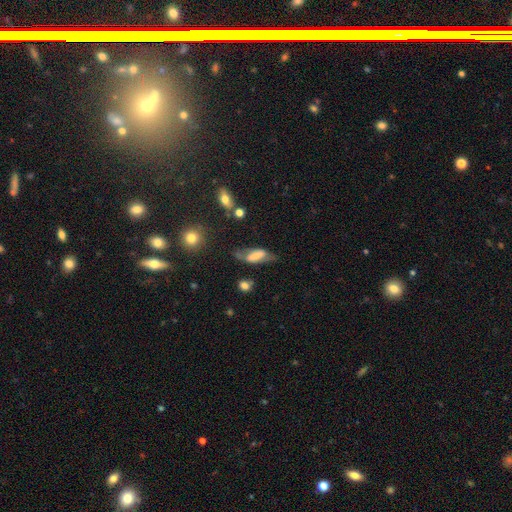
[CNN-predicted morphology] Smooth or featured? Predicted: smooth (p=0.50). How rounded? Predicted: in between (p=0.70). Merging? Predicted: none (p=0.46).